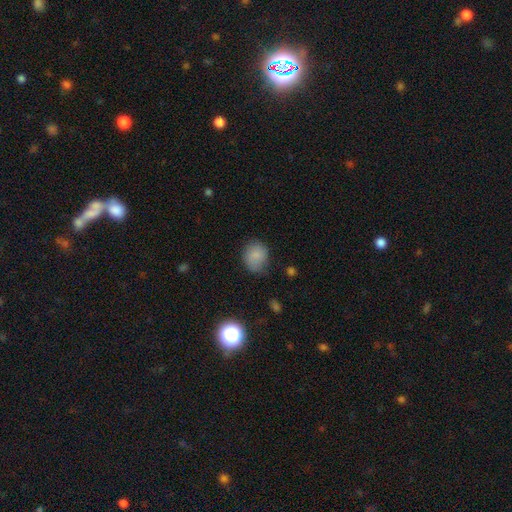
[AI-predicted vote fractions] smooth_or_featured: smooth (p=0.83) [alt: star or artifact p=0.11]
how_rounded: round (p=0.64) [alt: in between p=0.35]
merging: none (p=0.69) [alt: minor disturbance p=0.23]